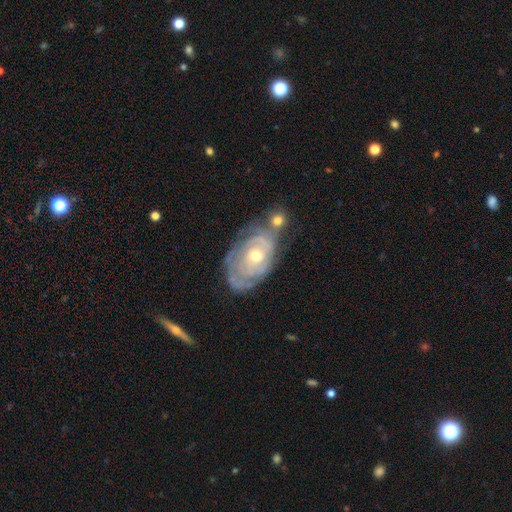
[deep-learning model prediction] Morphology: type=featured or disk (81%); edge-on=no (94%); bar=no (78%); spiral arms=yes (86%); winding=tight (77%); arm count=can't tell (52%); bulge=moderate (58%); merging=none (56%).